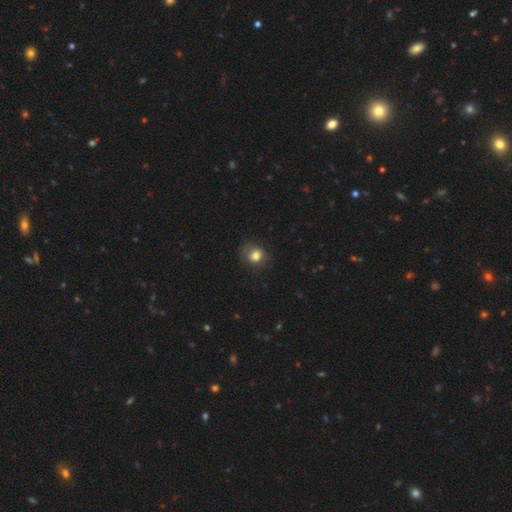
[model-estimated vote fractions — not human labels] The model was most divided on "how rounded": round: 71%, in between: 28%, cigar-shaped: 1%. More confident: smooth or featured — smooth (79%); merging — none (72%).